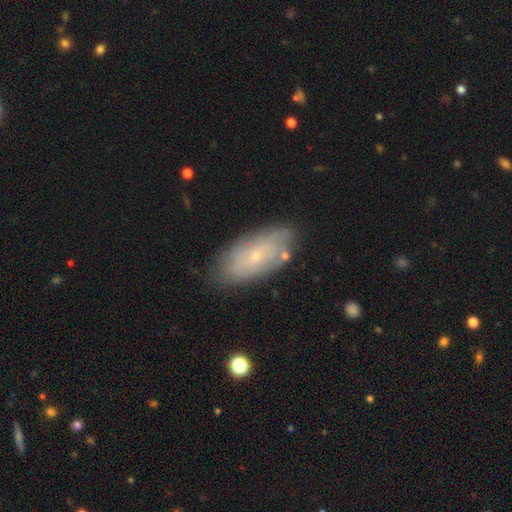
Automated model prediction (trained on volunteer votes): Smooth or featured? Predicted: featured or disk (p=0.48). Merging? Predicted: none (p=0.76).